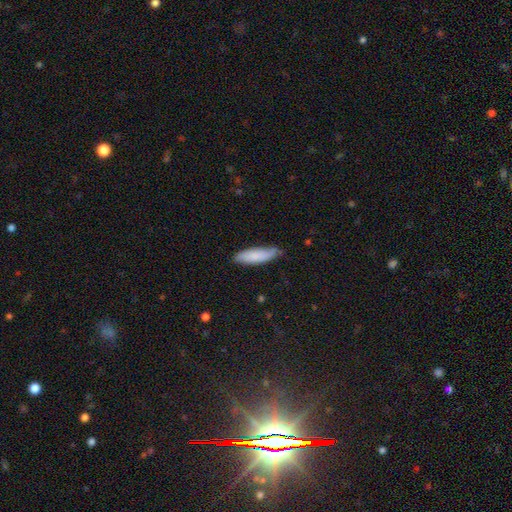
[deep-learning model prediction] Overall: smooth (81%). How rounded: cigar-shaped (59%; in between 39%). Merging: none (71%).